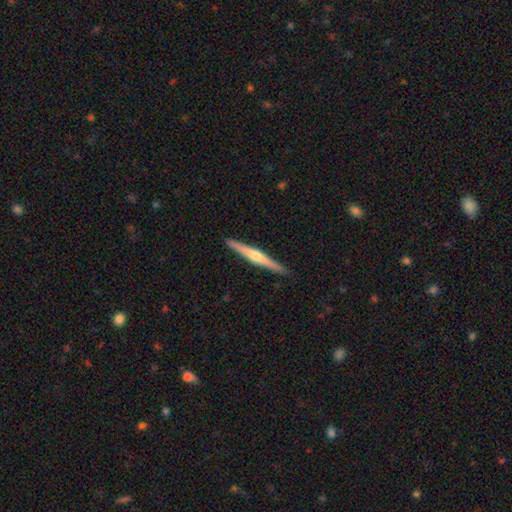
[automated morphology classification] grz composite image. It shows a featured or disk galaxy (70%) viewed edge-on (98%) with a rounded central bulge (82%). Merging: none (92%).